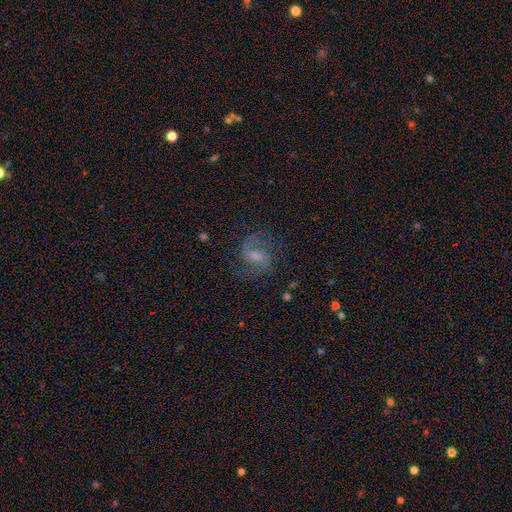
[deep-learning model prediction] Morphology: type=featured or disk (76%); edge-on=no (97%); bar=weak (56%); spiral arms=yes (94%); winding=medium (50%); arm count=2 (87%); bulge=moderate (40%); merging=none (74%).